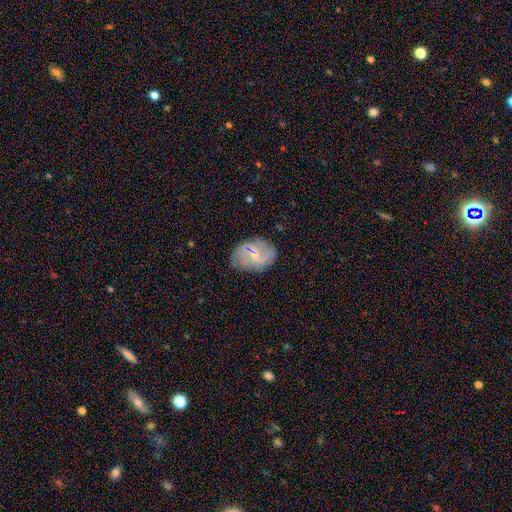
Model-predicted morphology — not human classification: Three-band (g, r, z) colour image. It shows a featured or disk galaxy (63%) with a weak bar (53%), spiral arms (71%) and a small central bulge (57%). Merging: none (68%).